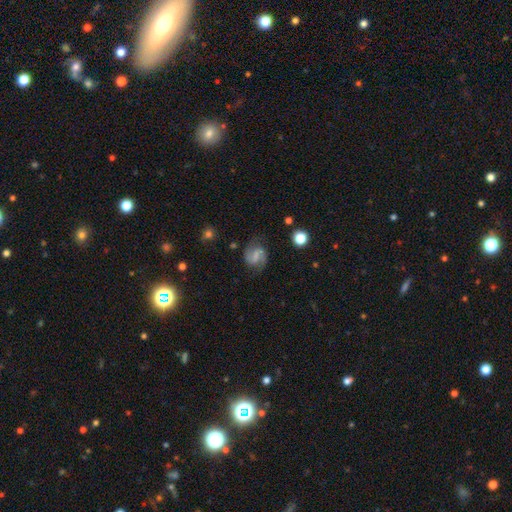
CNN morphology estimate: Smooth or featured?
  - featured or disk: 77% *
  - smooth: 15%
  - star or artifact: 8%
Edge-on disk?
  - no: 98% *
  - yes: 2%
Bar?
  - weak: 48% *
  - strong: 31%
  - no: 21%
Spiral arms?
  - yes: 95% *
  - no: 5%
Spiral winding?
  - medium: 52% *
  - loose: 29%
  - tight: 19%
Spiral arm count?
  - 2: 92% *
  - can't tell: 3%
  - 1: 2%
  - 3: 1%
  - 4: 1%
  - more than 4: 1%
Bulge size?
  - none: 50% *
  - small: 30%
  - moderate: 16%
  - large: 3%
  - dominant: 1%
Merging?
  - none: 78% *
  - minor disturbance: 14%
  - major disturbance: 6%
  - merger: 2%